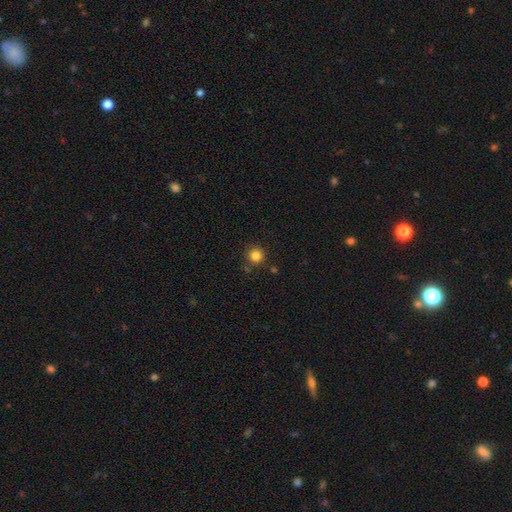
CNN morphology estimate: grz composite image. It shows a smooth galaxy with no disk features (84%) that is round (94%). Merging: none (87%).